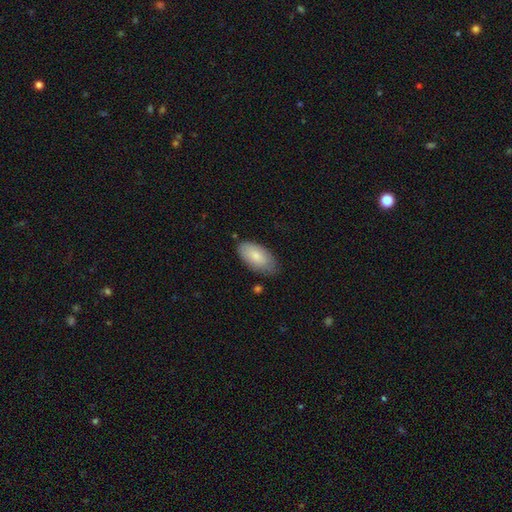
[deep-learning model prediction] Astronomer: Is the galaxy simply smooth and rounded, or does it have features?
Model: smooth — 82%.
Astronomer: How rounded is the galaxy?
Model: in between — 94%.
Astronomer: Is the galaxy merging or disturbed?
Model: none — 74%.